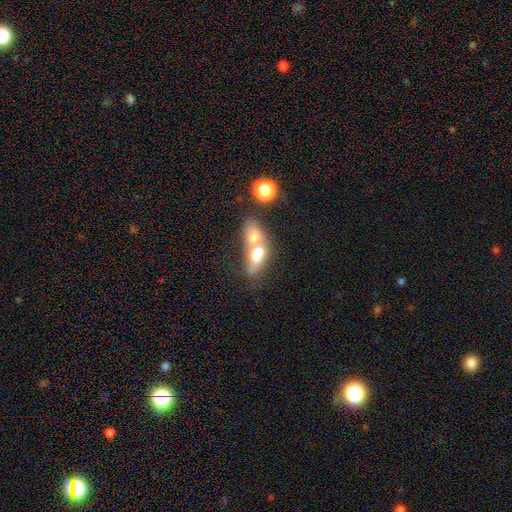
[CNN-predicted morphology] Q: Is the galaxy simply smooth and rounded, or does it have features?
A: smooth — 61%.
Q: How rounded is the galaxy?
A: in between — 72%.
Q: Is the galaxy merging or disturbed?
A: merger — 74%.